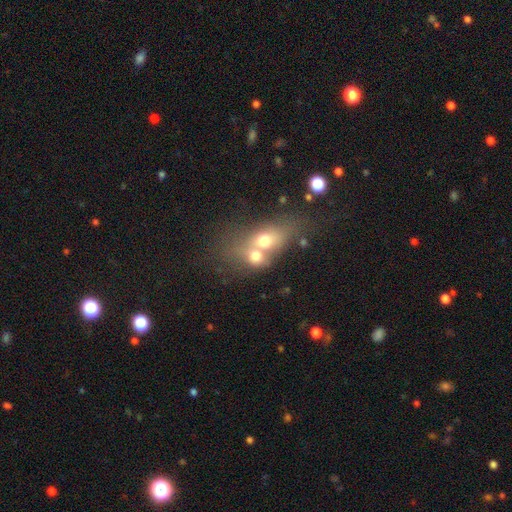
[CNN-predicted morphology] Smooth or featured: smooth — 63% (featured or disk — 25%)
How rounded: in between — 55% (round — 41%)
Merging: merger — 71% (none — 18%)